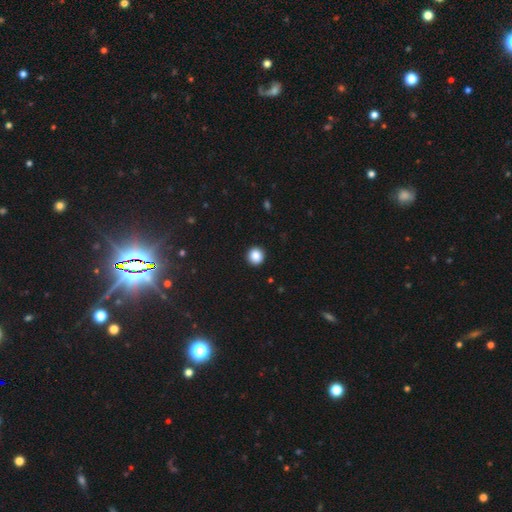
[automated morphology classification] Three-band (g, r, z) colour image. It shows a smooth galaxy with no disk features (87%) that is round (92%). Merging: none (93%).